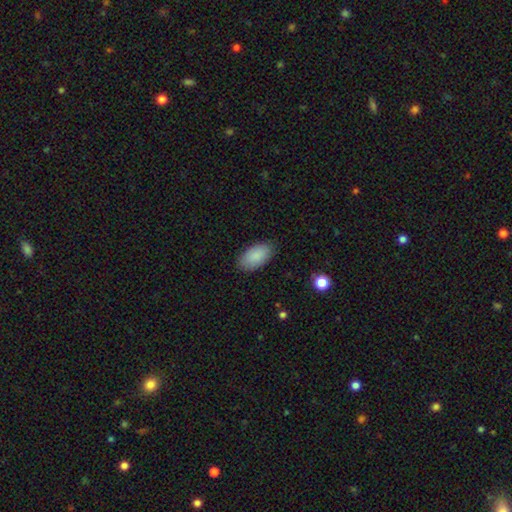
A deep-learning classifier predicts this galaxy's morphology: type=smooth (88%); roundness=in between (95%); merging=none (84%).